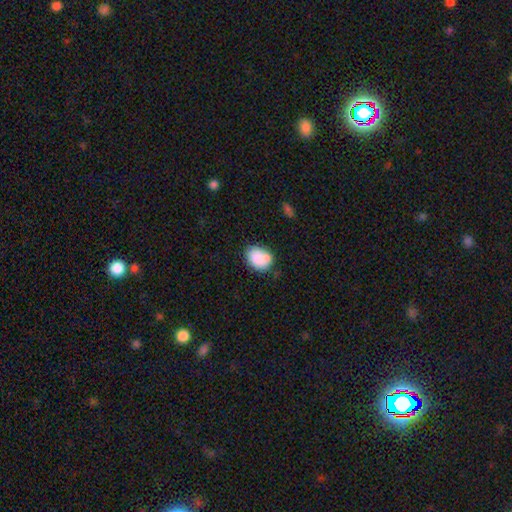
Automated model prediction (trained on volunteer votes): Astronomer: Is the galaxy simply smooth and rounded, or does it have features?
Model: smooth — 84%.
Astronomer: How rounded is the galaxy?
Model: in between — 63%.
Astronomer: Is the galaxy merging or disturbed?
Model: none — 62%.